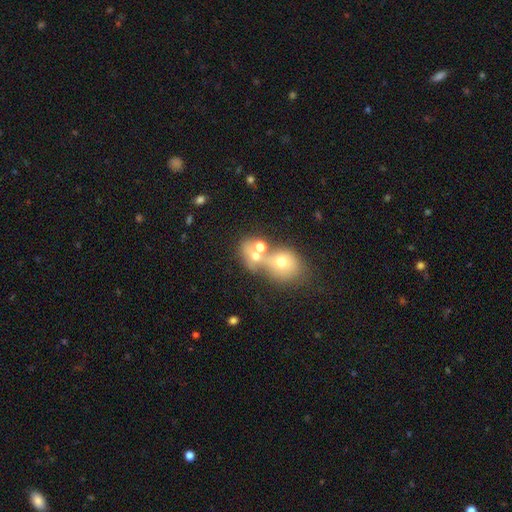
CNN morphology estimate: smooth 60%, featured or disk 25%, star or artifact 15%. Down the decision tree: how rounded — round (64%); merging — merger (63%).